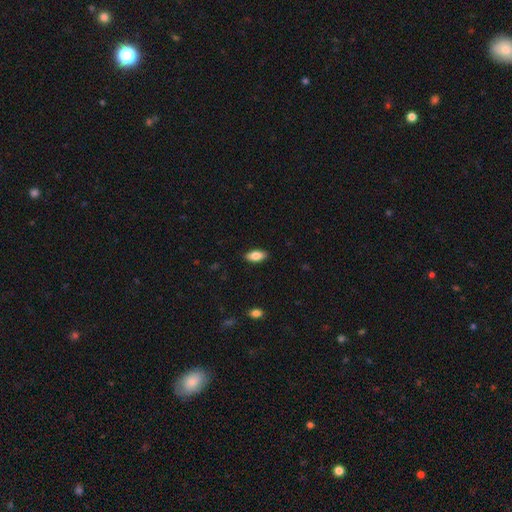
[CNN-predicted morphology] Smooth or featured?
  - smooth: 85% *
  - featured or disk: 8%
  - star or artifact: 7%
How rounded?
  - in between: 90% *
  - cigar-shaped: 8%
  - round: 3%
Merging?
  - none: 89% *
  - minor disturbance: 9%
  - major disturbance: 2%
  - merger: 1%